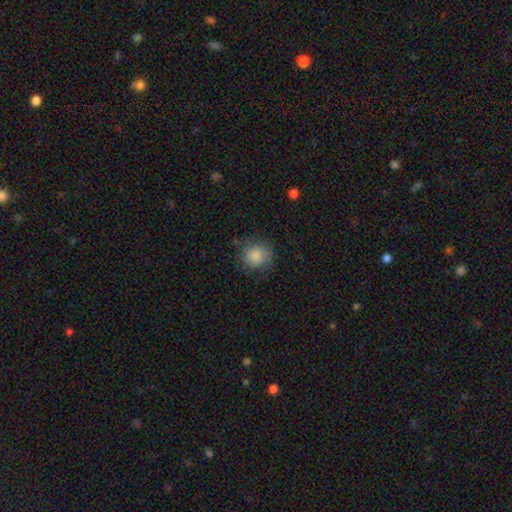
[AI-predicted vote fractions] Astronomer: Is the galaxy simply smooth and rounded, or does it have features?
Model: smooth — 85%.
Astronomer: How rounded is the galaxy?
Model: round — 86%.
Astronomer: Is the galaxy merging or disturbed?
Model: none — 75%.